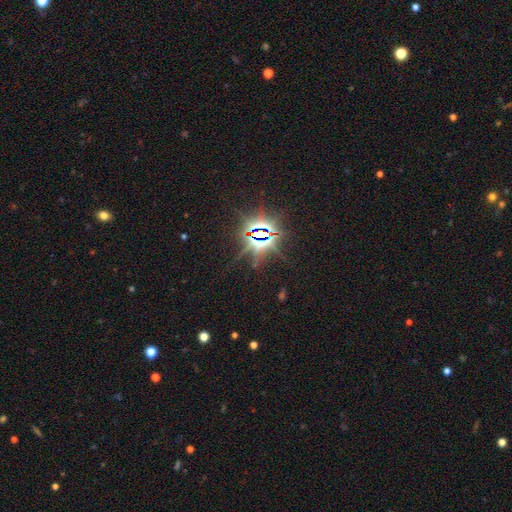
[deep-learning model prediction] Q: Smooth or featured?
A: star or artifact (85%); runner-up: featured or disk (7%)